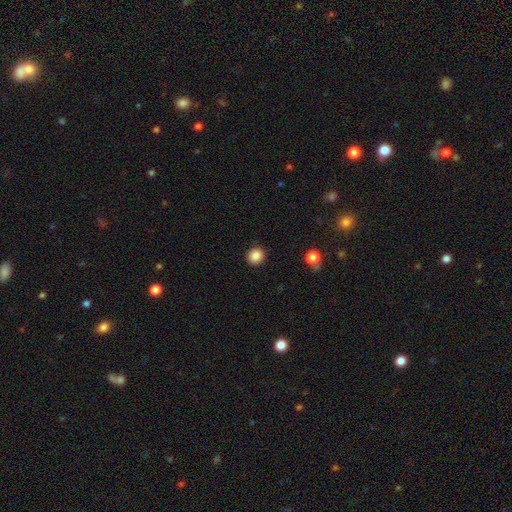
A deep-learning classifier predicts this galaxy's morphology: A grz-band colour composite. It shows a smooth galaxy with no disk features (86%) that is round (87%). Merging: none (91%).